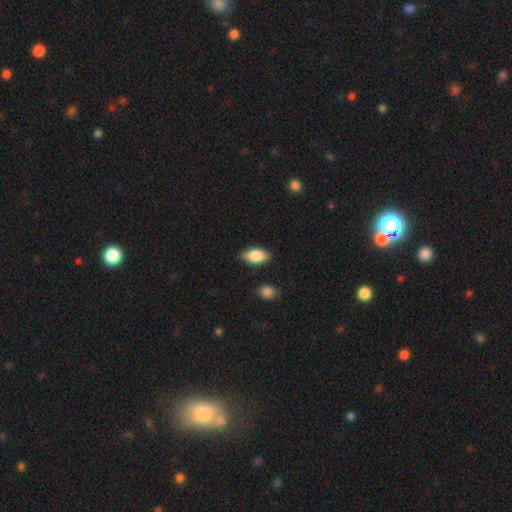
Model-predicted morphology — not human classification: Overall: smooth (83%). How rounded: in between (91%). Merging: none (83%).